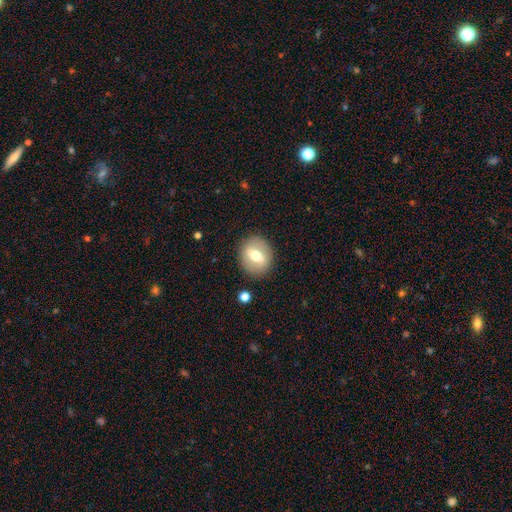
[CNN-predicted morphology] Q: Smooth or featured?
A: smooth (51%); runner-up: featured or disk (41%)
Q: How rounded?
A: round (67%); runner-up: in between (31%)
Q: Merging?
A: none (88%); runner-up: minor disturbance (8%)